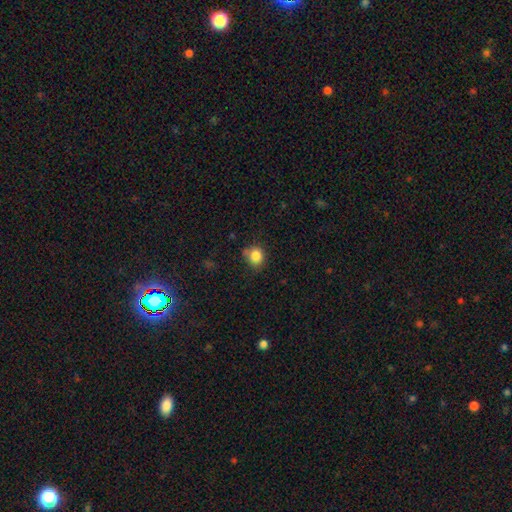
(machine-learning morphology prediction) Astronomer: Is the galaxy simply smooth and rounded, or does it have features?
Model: smooth — 84%.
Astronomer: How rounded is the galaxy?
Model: round — 73%.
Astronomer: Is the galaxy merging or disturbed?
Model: none — 67%.